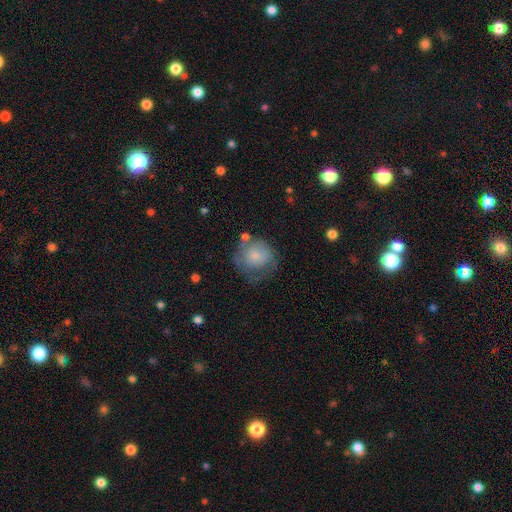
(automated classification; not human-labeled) Q: Smooth or featured?
A: smooth (68%); runner-up: featured or disk (24%)
Q: How rounded?
A: round (82%); runner-up: in between (17%)
Q: Merging?
A: none (45%); runner-up: minor disturbance (29%)